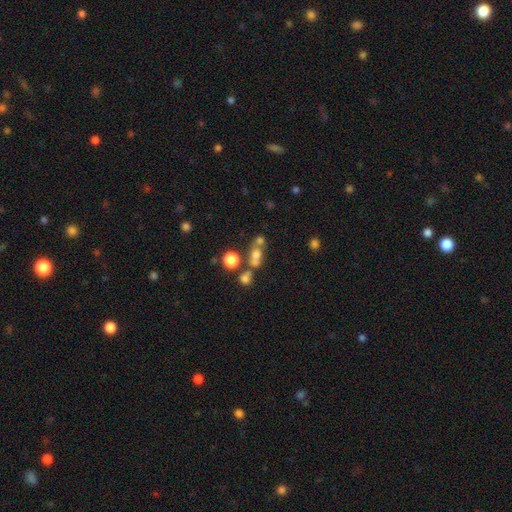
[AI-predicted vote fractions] Smooth or featured? Predicted: smooth (p=0.60). How rounded? Predicted: round (p=0.56). Merging? Predicted: none (p=0.41).